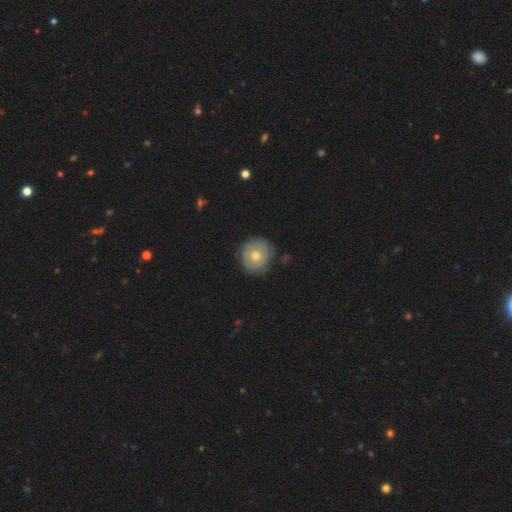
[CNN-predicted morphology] Smooth or featured? Predicted: featured or disk (p=0.46, tied with smooth). Merging? Predicted: none (p=0.82).